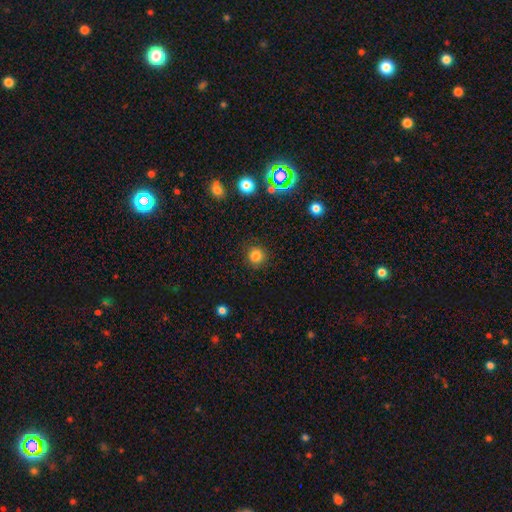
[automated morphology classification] smooth_or_featured: smooth (p=0.82) [alt: star or artifact p=0.13]
how_rounded: round (p=0.91) [alt: in between p=0.08]
merging: none (p=0.88) [alt: minor disturbance p=0.08]